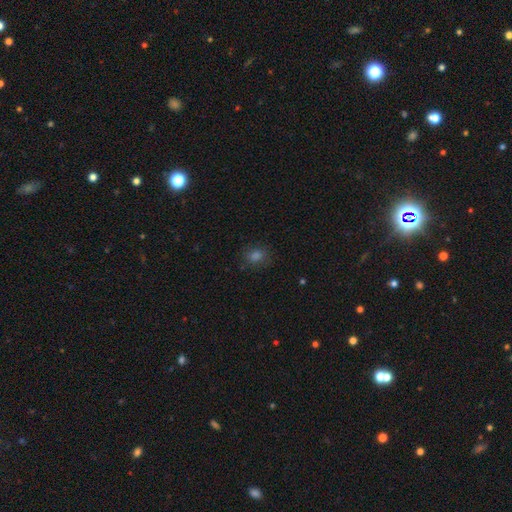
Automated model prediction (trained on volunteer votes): Smooth or featured: smooth — 71% (star or artifact — 23%)
How rounded: round — 63% (in between — 36%)
Merging: none — 83% (minor disturbance — 11%)